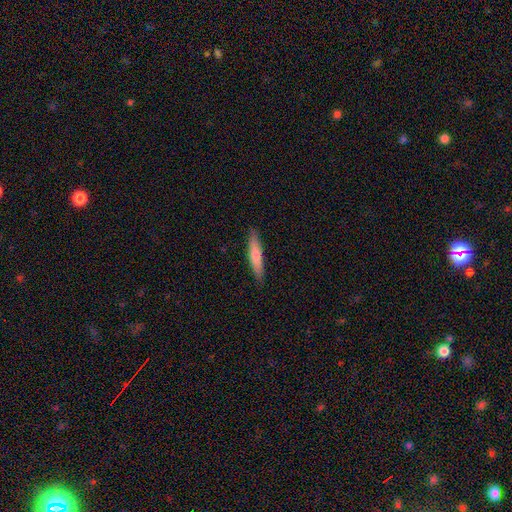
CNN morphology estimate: Smooth or featured? smooth (73%)
How rounded? cigar-shaped (87%)
Merging? none (89%)